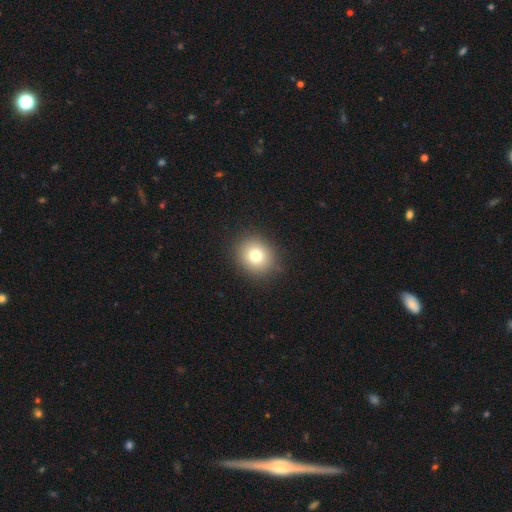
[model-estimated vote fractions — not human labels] Smooth or featured? Predicted: smooth (p=0.77). How rounded? Predicted: round (p=0.79). Merging? Predicted: none (p=0.89).